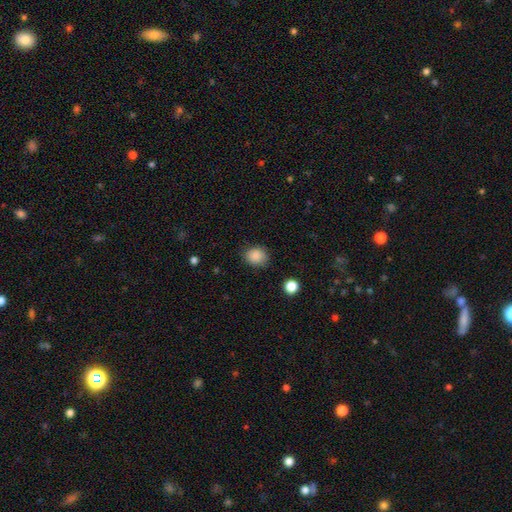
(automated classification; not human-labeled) Smooth or featured? Predicted: smooth (p=0.87). How rounded? Predicted: round (p=0.67). Merging? Predicted: none (p=0.82).